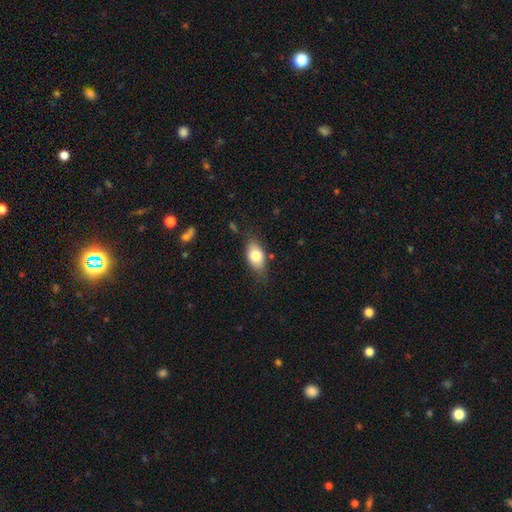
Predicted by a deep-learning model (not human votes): Smooth or featured? Predicted: smooth (p=0.77). How rounded? Predicted: in between (p=0.88). Merging? Predicted: none (p=0.73).